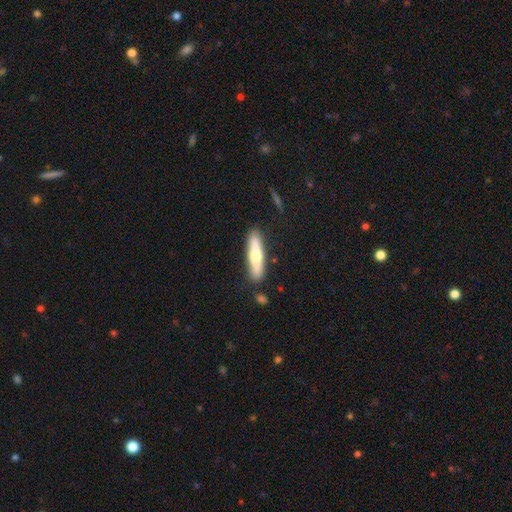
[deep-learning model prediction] Smooth or featured?
  - smooth: 54% *
  - featured or disk: 41%
  - star or artifact: 5%
How rounded?
  - cigar-shaped: 82% *
  - in between: 16%
  - round: 2%
Merging?
  - none: 85% *
  - minor disturbance: 10%
  - merger: 3%
  - major disturbance: 2%